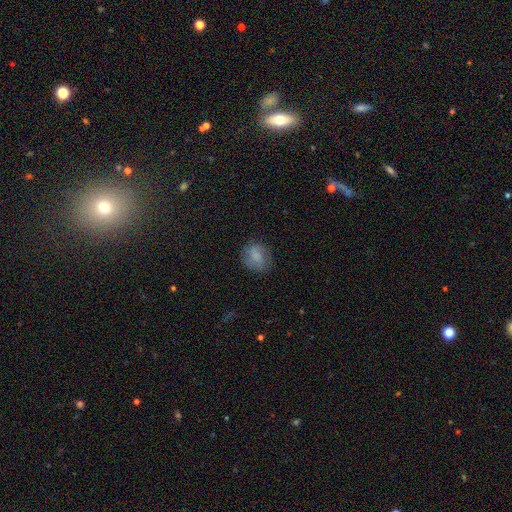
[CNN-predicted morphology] type=smooth (74%); roundness=round (62%); merging=none (73%).